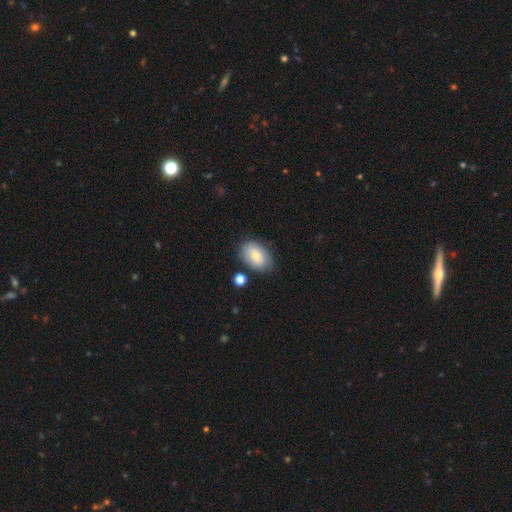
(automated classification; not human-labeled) Smooth or featured?
  - smooth: 77% *
  - featured or disk: 15%
  - star or artifact: 7%
How rounded?
  - in between: 90% *
  - round: 9%
  - cigar-shaped: 1%
Merging?
  - none: 76% *
  - minor disturbance: 16%
  - merger: 4%
  - major disturbance: 4%